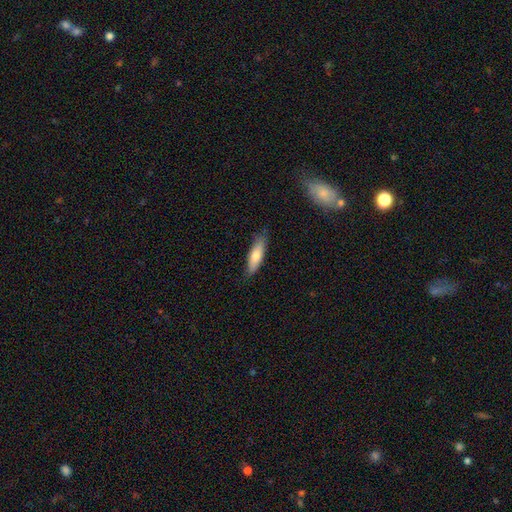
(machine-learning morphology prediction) The model was most divided on "how rounded": cigar-shaped: 62%, in between: 36%, round: 2%. More confident: merging — none (83%); smooth or featured — smooth (74%).